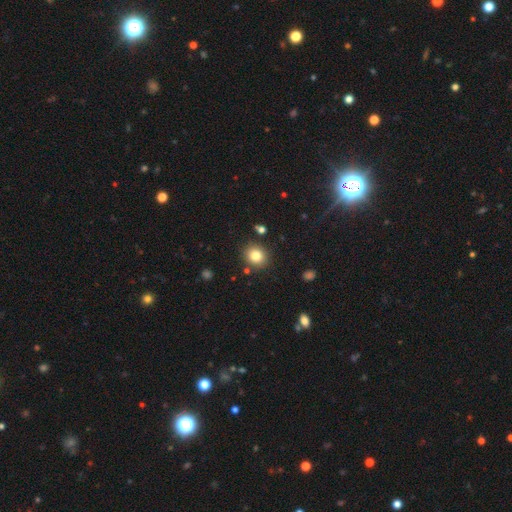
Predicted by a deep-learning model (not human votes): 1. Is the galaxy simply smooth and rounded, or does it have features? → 82% smooth, 11% star or artifact, 7% featured or disk.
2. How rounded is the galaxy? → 81% round, 18% in between, 1% cigar-shaped.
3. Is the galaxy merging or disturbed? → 86% none, 8% minor disturbance, 4% merger, 2% major disturbance.